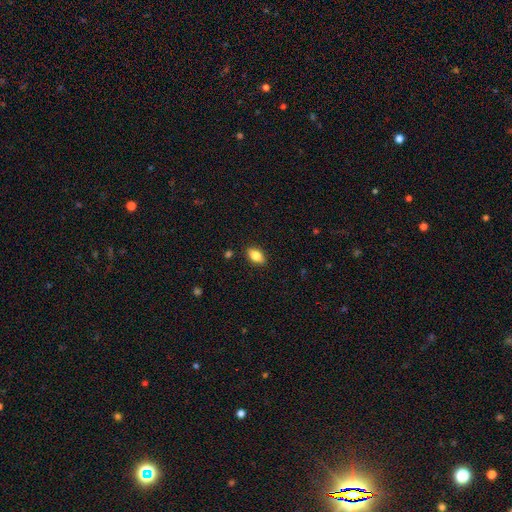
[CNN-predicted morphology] Smooth or featured? Predicted: smooth (p=0.80). How rounded? Predicted: in between (p=0.89). Merging? Predicted: none (p=0.88).